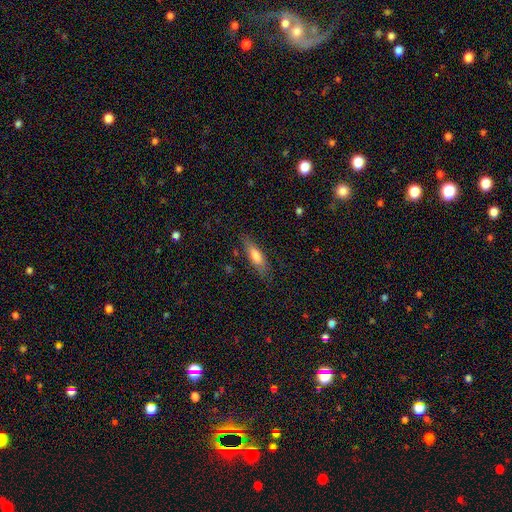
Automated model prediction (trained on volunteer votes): A smooth galaxy with no disk features (73%) that is cigar-shaped (52%).

Vote fractions:
- Smooth or featured? smooth: 73% / featured or disk: 20% / star or artifact: 7%
- How rounded? cigar-shaped: 52% / in between: 46% / round: 2%
- Merging? none: 75% / minor disturbance: 18% / major disturbance: 5% / merger: 2%